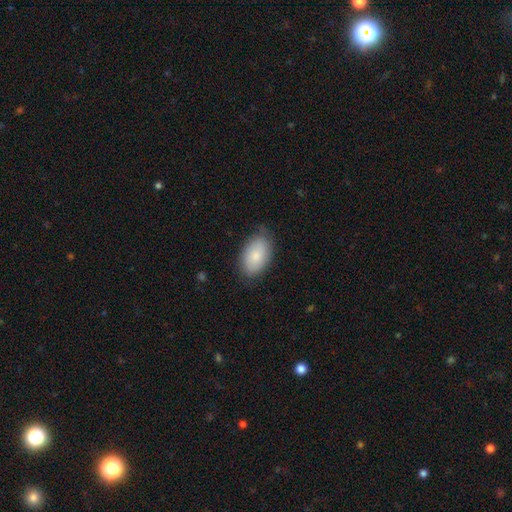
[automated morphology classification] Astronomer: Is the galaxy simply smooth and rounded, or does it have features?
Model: smooth — 82%.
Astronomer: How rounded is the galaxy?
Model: in between — 92%.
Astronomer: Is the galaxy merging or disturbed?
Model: none — 76%.